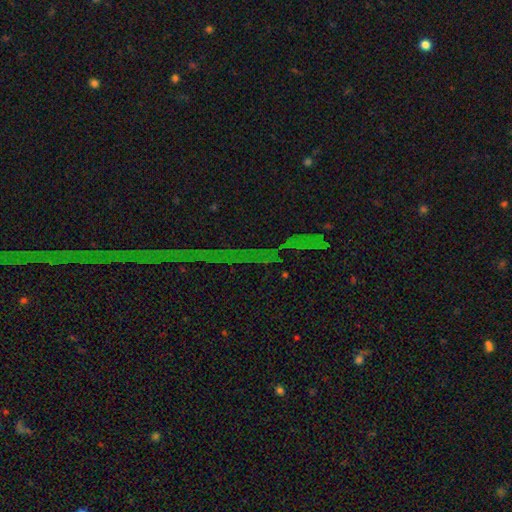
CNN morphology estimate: A star or artifact, not a galaxy (85%).

Vote fractions:
- Smooth or featured? star or artifact: 85% / featured or disk: 8% / smooth: 7%